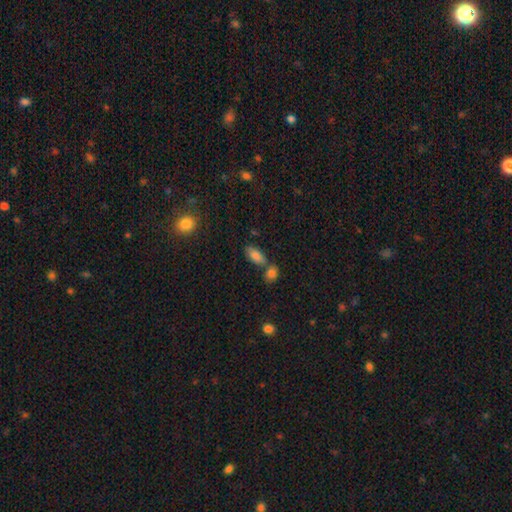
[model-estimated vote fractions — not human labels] Morphology: type=smooth (82%); roundness=in between (87%); merging=none (62%).